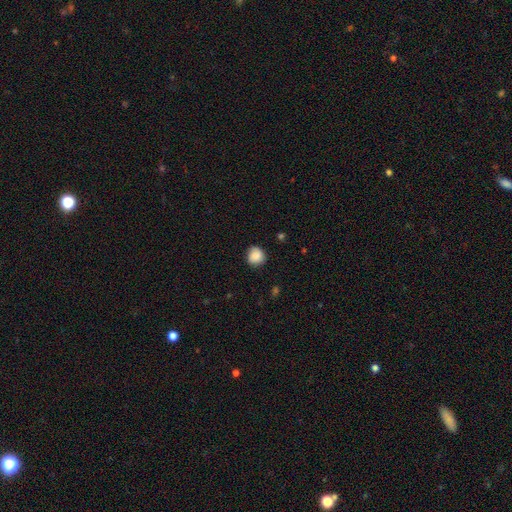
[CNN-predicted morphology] smooth 86%, star or artifact 8%, featured or disk 5%. Down the decision tree: how rounded — round (88%); merging — none (81%).